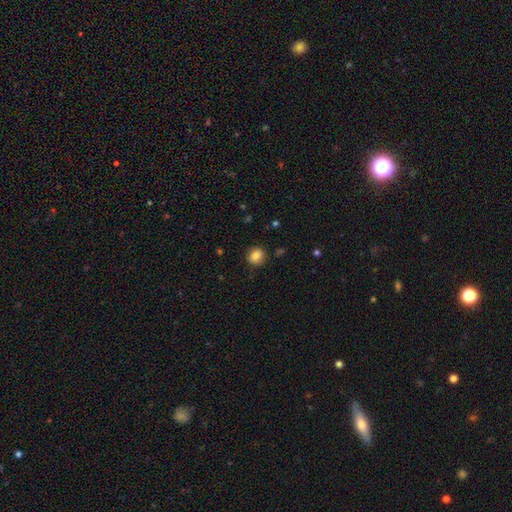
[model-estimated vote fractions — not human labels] Morphology: type=smooth (85%); roundness=round (79%); merging=none (87%).